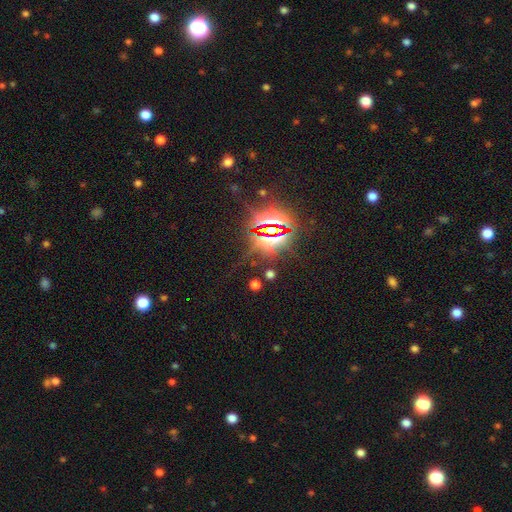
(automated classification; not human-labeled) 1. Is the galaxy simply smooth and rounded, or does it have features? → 85% star or artifact, 9% smooth, 7% featured or disk.